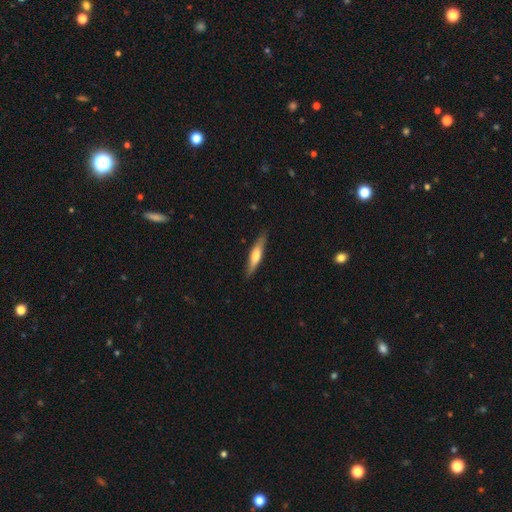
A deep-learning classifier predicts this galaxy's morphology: smooth 55%, featured or disk 40%, star or artifact 5%. Down the decision tree: how rounded — cigar-shaped (84%); merging — none (85%).